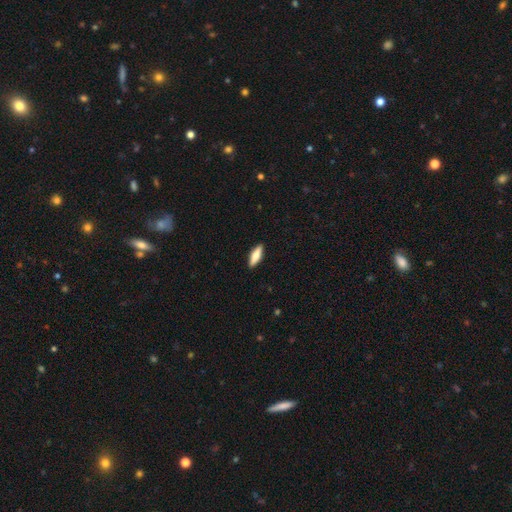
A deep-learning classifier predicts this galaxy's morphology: smooth-or-featured: smooth: 67% | featured or disk: 27% | star or artifact: 6%
  how-rounded: cigar-shaped: 52% | in between: 46% | round: 2%
  merging: none: 91% | minor disturbance: 7% | major disturbance: 2% | merger: 1%